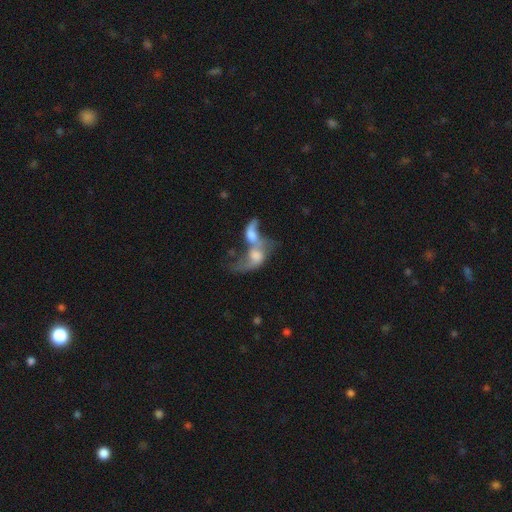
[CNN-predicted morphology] Q: Smooth or featured?
A: featured or disk (53%); runner-up: smooth (37%)
Q: Edge-on disk?
A: no (94%); runner-up: yes (6%)
Q: Bar?
A: no (70%); runner-up: weak (23%)
Q: Spiral arms?
A: yes (59%); runner-up: no (41%)
Q: Bulge size?
A: moderate (34%); runner-up: large (25%)
Q: Merging?
A: merger (80%); runner-up: major disturbance (11%)